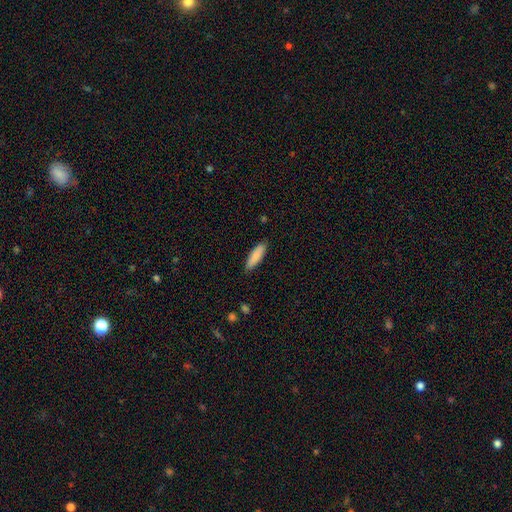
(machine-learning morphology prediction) Smooth or featured: smooth — 87% (featured or disk — 7%)
How rounded: cigar-shaped — 54% (in between — 45%)
Merging: none — 85% (minor disturbance — 11%)